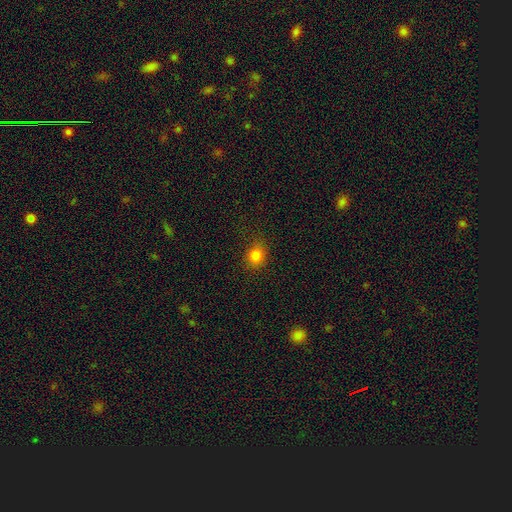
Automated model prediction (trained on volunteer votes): smooth_or_featured: smooth (p=0.81) [alt: star or artifact p=0.13]
how_rounded: round (p=0.66) [alt: in between p=0.33]
merging: none (p=0.81) [alt: minor disturbance p=0.14]